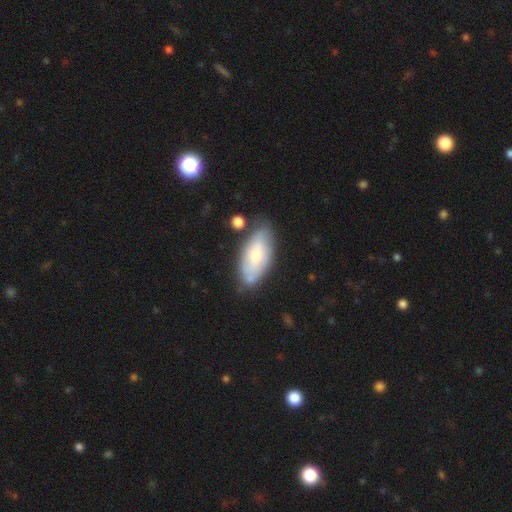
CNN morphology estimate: Overall: smooth (56%; featured or disk 38%). How rounded: in between (89%). Merging: none (67%).